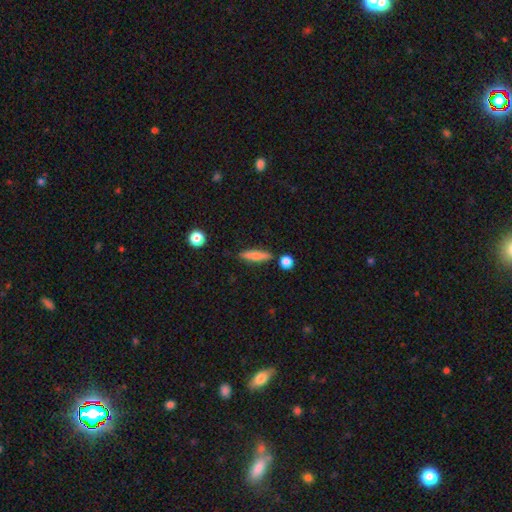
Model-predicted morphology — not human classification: The model was most divided on "smooth or featured": smooth: 70%, featured or disk: 23%, star or artifact: 7%. More confident: merging — none (82%); how rounded — cigar-shaped (79%).